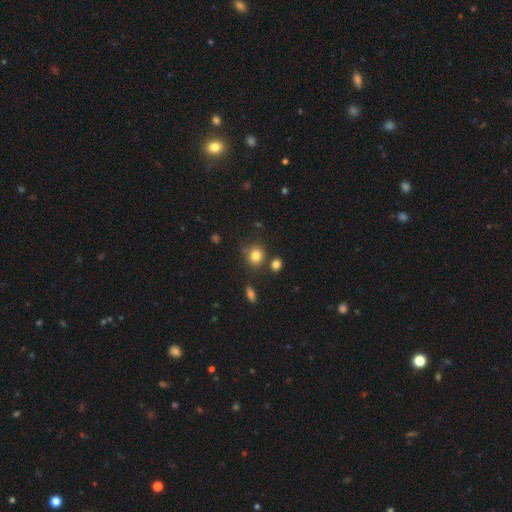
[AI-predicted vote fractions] This is clearly a smooth galaxy (82%). How rounded: likely round (80%). Merging: likely none (74%).